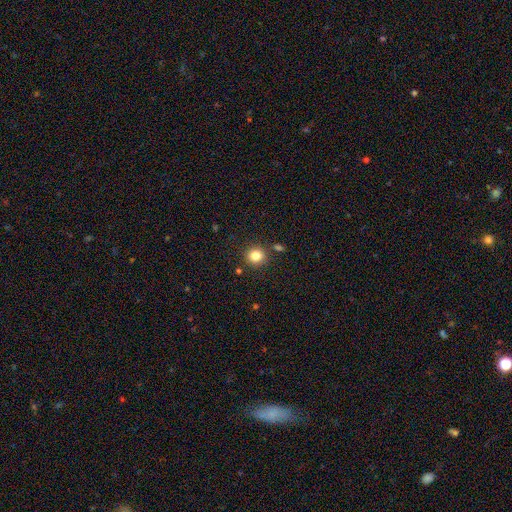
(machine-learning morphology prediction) This is clearly a smooth galaxy (82%). How rounded: clearly round (88%). Merging: clearly none (84%).